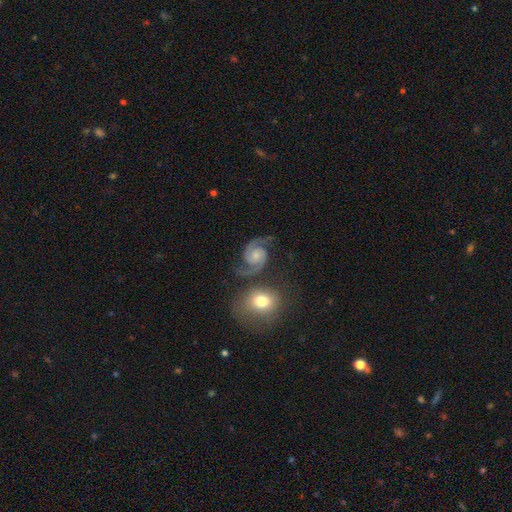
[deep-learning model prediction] smooth_or_featured: featured or disk (p=0.90) [alt: smooth p=0.05]
disk_edge_on: no (p=0.98) [alt: yes p=0.02]
bar: no (p=0.68) [alt: weak p=0.26]
has_spiral_arms: yes (p=0.98) [alt: no p=0.02]
spiral_winding: medium (p=0.59) [alt: tight p=0.23]
spiral_arm_count: 2 (p=0.94) [alt: can't tell p=0.02]
bulge_size: small (p=0.45) [alt: moderate p=0.35]
merging: none (p=0.72) [alt: minor disturbance p=0.14]